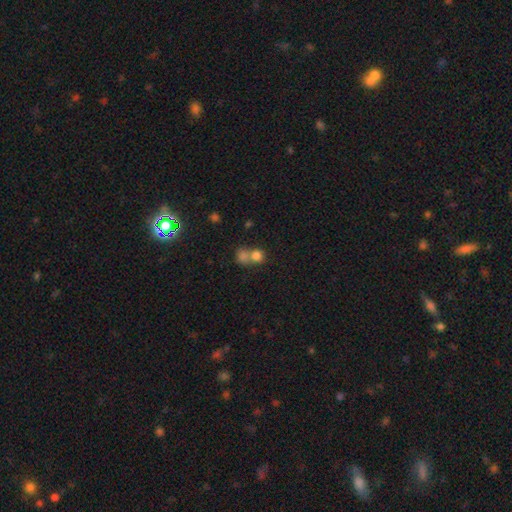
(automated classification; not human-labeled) Overall: smooth (60%; star or artifact 28%). How rounded: round (81%). Merging: merger (50%; none 41%).